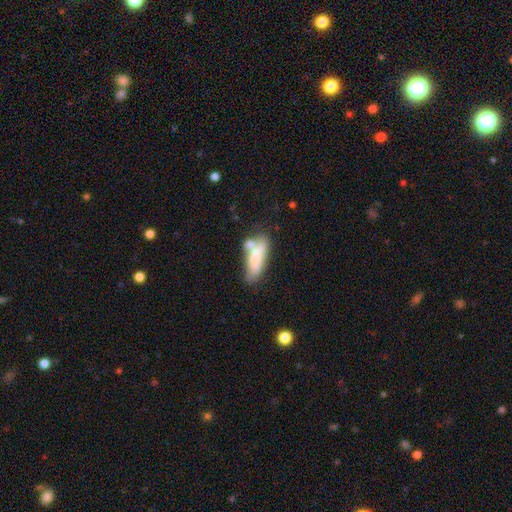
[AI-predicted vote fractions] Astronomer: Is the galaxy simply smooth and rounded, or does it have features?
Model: smooth — 68%.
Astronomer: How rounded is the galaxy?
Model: in between — 59% (runner-up: cigar-shaped, 38%).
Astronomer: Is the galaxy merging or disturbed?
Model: none — 38% (runner-up: merger, 33%).